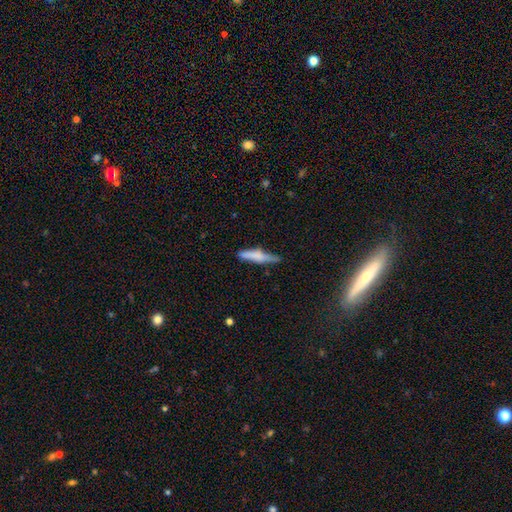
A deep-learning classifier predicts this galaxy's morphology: Overall: smooth (64%; featured or disk 29%). How rounded: cigar-shaped (85%). Merging: none (67%).